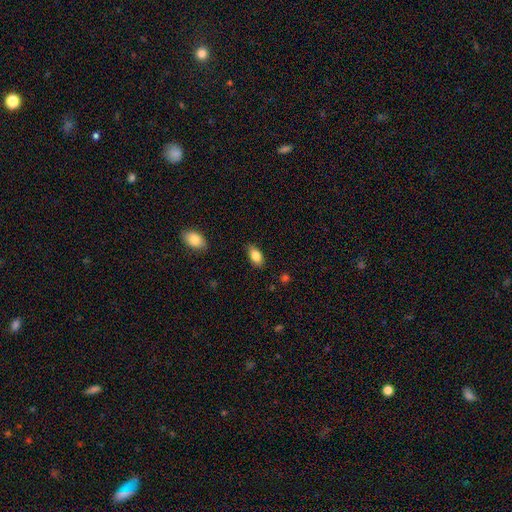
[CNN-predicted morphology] A smooth galaxy with no disk features (84%) that is in between round and cigar-shaped (91%).

Vote fractions:
- Smooth or featured? smooth: 84% / featured or disk: 8% / star or artifact: 8%
- How rounded? in between: 91% / round: 6% / cigar-shaped: 4%
- Merging? none: 82% / minor disturbance: 14% / major disturbance: 3% / merger: 1%